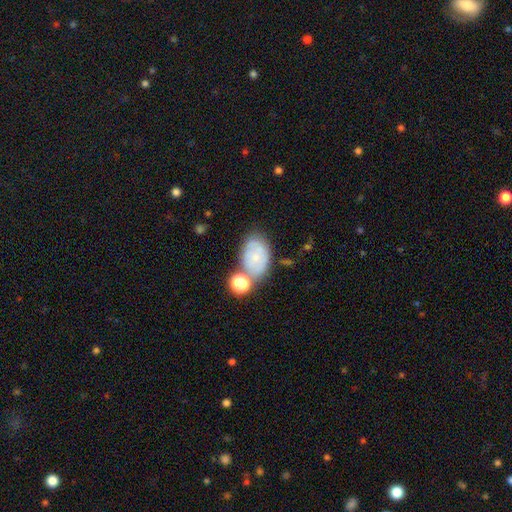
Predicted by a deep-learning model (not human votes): A smooth galaxy with no disk features (55%) that is in between round and cigar-shaped (86%). Merging: none (47%).